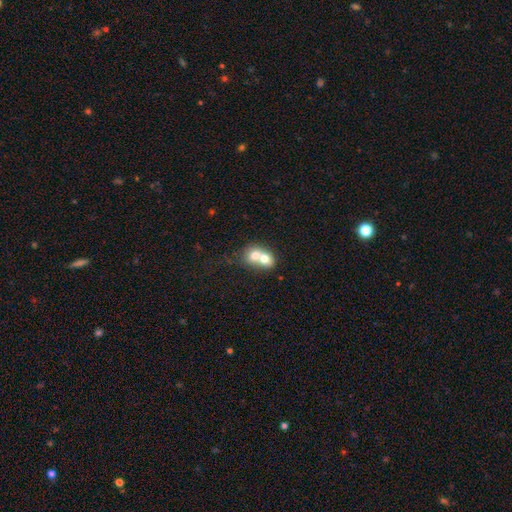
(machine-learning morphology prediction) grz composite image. It shows a smooth galaxy with no disk features (69%) that is round (56%). Merging: merger (77%).